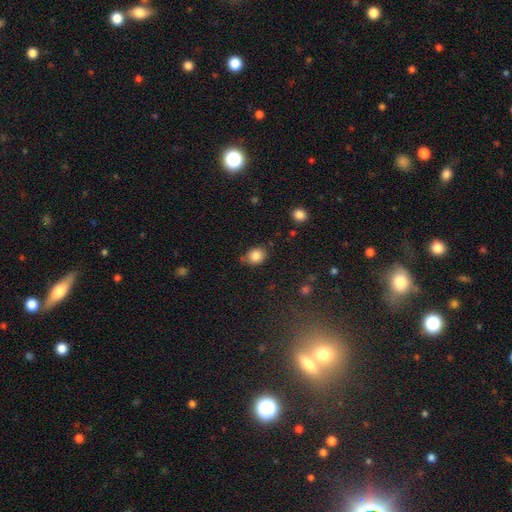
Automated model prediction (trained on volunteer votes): Q: Smooth or featured?
A: smooth (85%); runner-up: star or artifact (10%)
Q: How rounded?
A: round (52%); runner-up: in between (47%)
Q: Merging?
A: none (73%); runner-up: minor disturbance (19%)